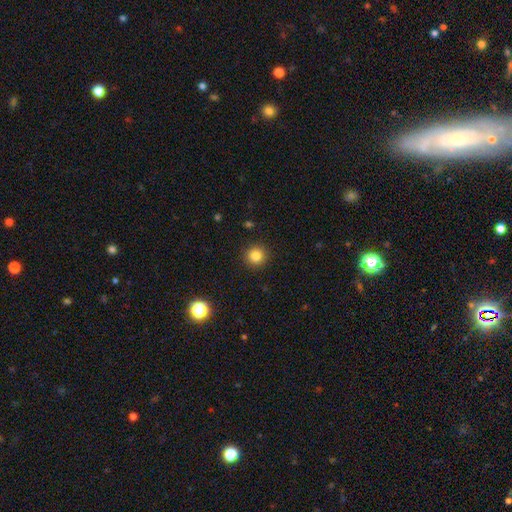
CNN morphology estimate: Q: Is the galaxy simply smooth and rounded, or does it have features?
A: smooth — 83%.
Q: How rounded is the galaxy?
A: round — 94%.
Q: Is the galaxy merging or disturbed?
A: none — 92%.